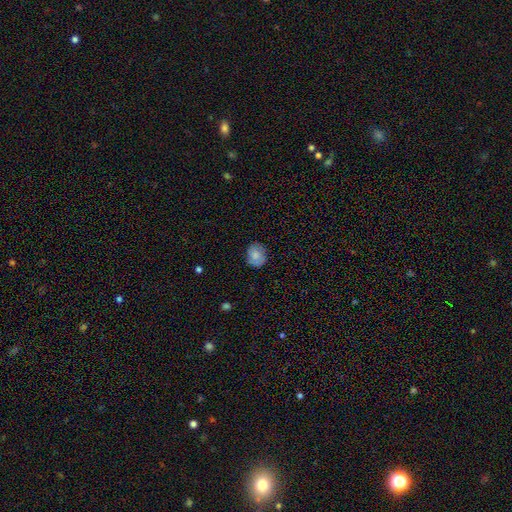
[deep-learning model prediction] smooth_or_featured: smooth (p=0.76) [alt: featured or disk p=0.16]
how_rounded: round (p=0.59) [alt: in between p=0.40]
merging: none (p=0.79) [alt: minor disturbance p=0.16]